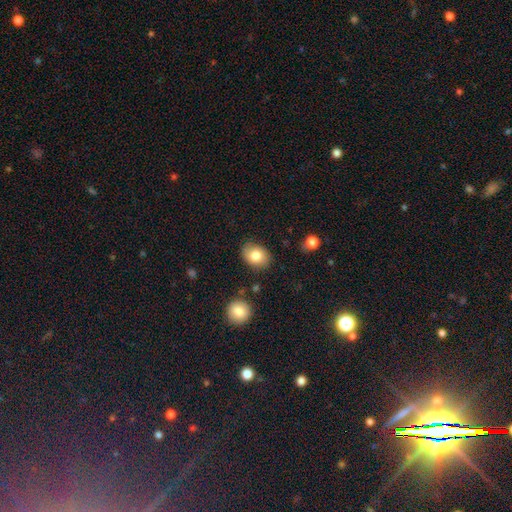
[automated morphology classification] This appears to be a smooth galaxy with no disk features (81%) that is in between round and cigar-shaped (64%). Merging: none (82%).